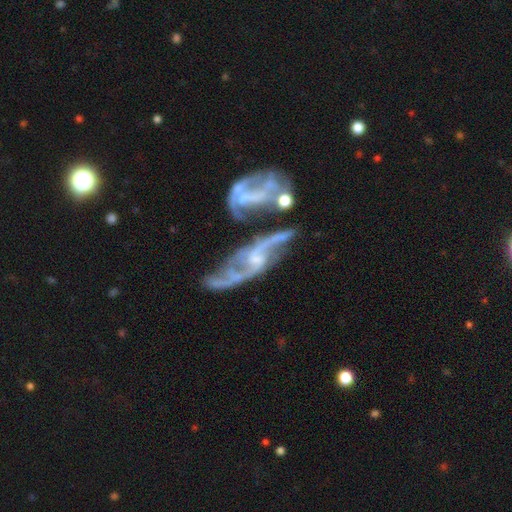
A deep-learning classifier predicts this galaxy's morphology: Q: Smooth or featured?
A: featured or disk (84%); runner-up: star or artifact (9%)
Q: Edge-on disk?
A: no (89%); runner-up: yes (11%)
Q: Bar?
A: no (52%); runner-up: weak (35%)
Q: Spiral arms?
A: yes (89%); runner-up: no (11%)
Q: Spiral winding?
A: loose (56%); runner-up: medium (32%)
Q: Spiral arm count?
A: 2 (61%); runner-up: can't tell (16%)
Q: Bulge size?
A: small (52%); runner-up: moderate (31%)
Q: Merging?
A: merger (46%); runner-up: none (25%)